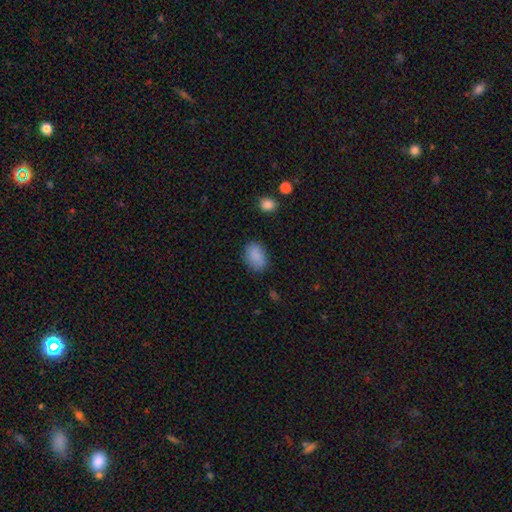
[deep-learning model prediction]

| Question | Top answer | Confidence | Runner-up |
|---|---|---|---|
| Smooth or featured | smooth | 87% | star or artifact (8%) |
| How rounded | in between | 84% | round (15%) |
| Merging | none | 77% | minor disturbance (17%) |